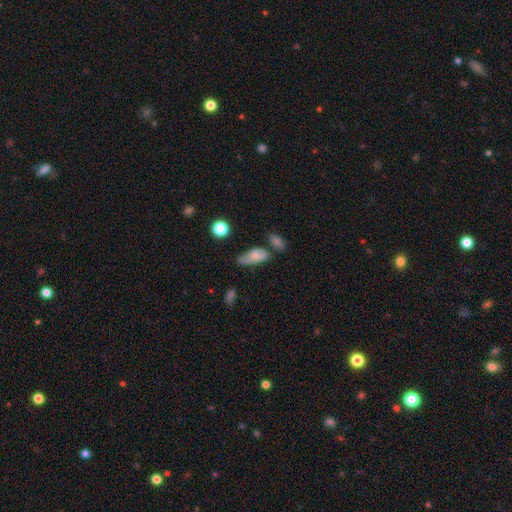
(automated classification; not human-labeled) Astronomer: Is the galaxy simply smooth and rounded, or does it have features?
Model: smooth — 74%.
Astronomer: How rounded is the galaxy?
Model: in between — 84%.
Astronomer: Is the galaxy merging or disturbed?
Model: none — 44% (runner-up: minor disturbance, 32%).